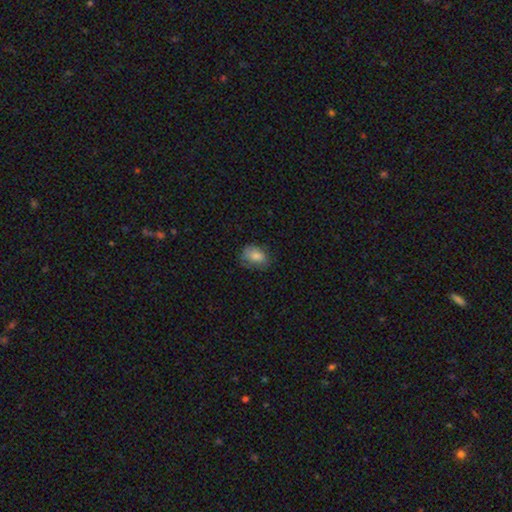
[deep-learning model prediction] smooth 81%, featured or disk 10%, star or artifact 9%. Down the decision tree: how rounded — in between (78%); merging — none (66%).